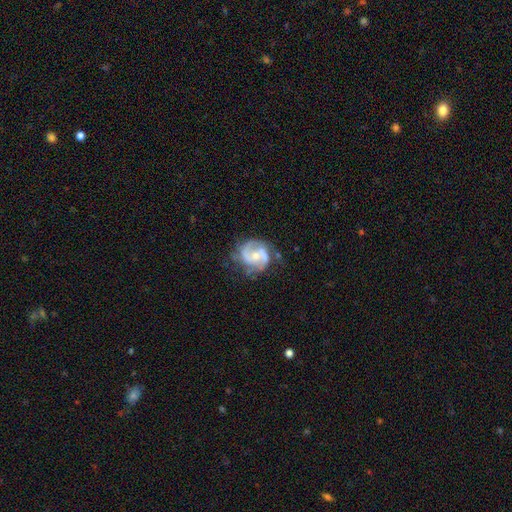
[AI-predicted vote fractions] Smooth or featured? Predicted: featured or disk (p=0.85). Edge-on disk? Predicted: no (p=0.98). Bar? Predicted: no (p=0.50). Spiral arms? Predicted: yes (p=0.95). Spiral winding? Predicted: medium (p=0.53). Spiral arm count? Predicted: 2 (p=0.81). Bulge size? Predicted: moderate (p=0.49). Merging? Predicted: none (p=0.64).